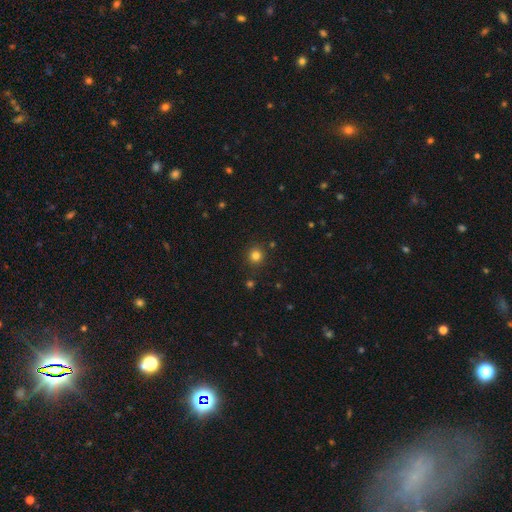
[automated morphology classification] Smooth or featured? Predicted: smooth (p=0.80). How rounded? Predicted: round (p=0.94). Merging? Predicted: none (p=0.89).